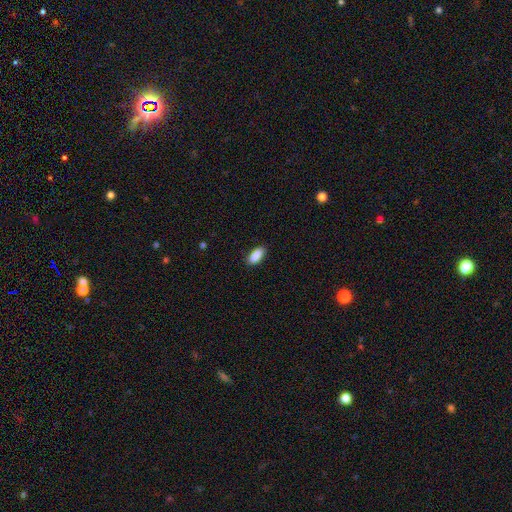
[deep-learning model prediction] A smooth galaxy with no disk features (89%) that is in between round and cigar-shaped (86%). Merging: none (84%).